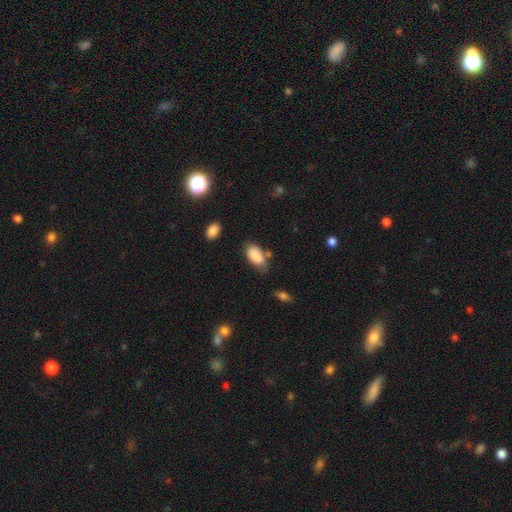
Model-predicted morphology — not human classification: smooth-or-featured: smooth: 87% | star or artifact: 7% | featured or disk: 6%
  how-rounded: in between: 93% | cigar-shaped: 4% | round: 3%
  merging: none: 64% | minor disturbance: 23% | merger: 7% | major disturbance: 6%